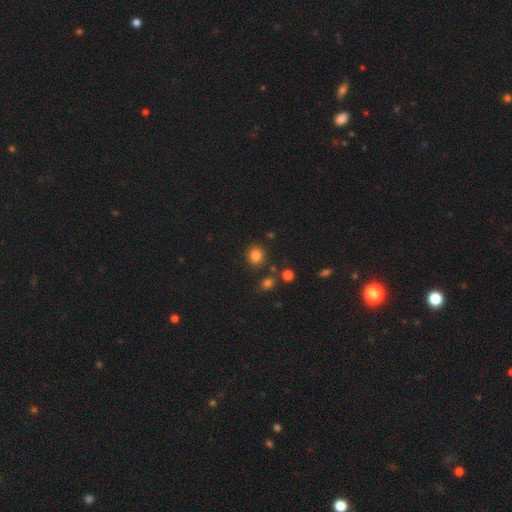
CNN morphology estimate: This is clearly a smooth galaxy (82%). How rounded: clearly round (85%). Merging: clearly none (83%).